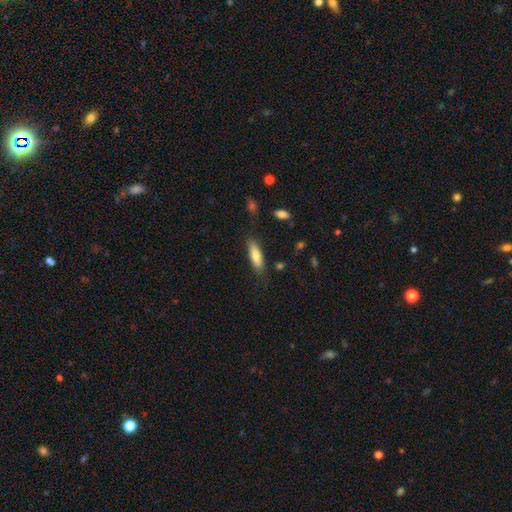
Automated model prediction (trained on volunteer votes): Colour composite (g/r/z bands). It shows a smooth galaxy with no disk features (76%) that is cigar-shaped (56%). Merging: none (78%).